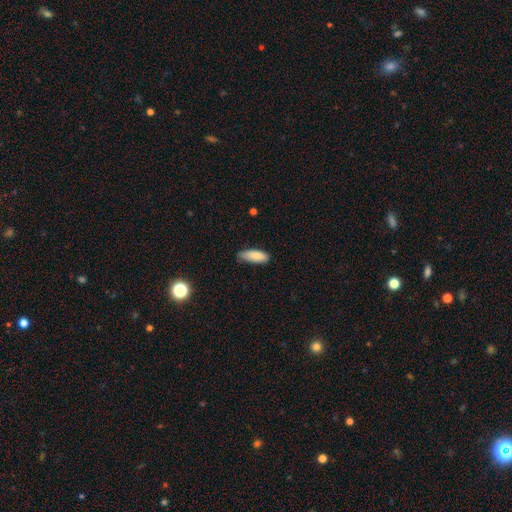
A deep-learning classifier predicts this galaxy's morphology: Smooth or featured?
  - smooth: 85% *
  - featured or disk: 8%
  - star or artifact: 7%
How rounded?
  - in between: 70% *
  - cigar-shaped: 28%
  - round: 2%
Merging?
  - none: 66% *
  - minor disturbance: 28%
  - major disturbance: 4%
  - merger: 2%